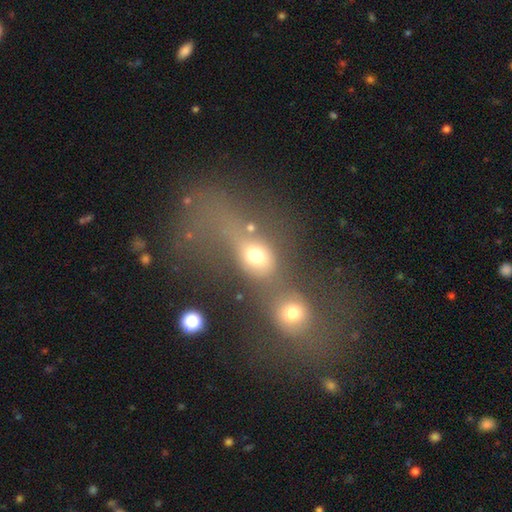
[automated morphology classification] A smooth galaxy with no disk features (69%) that is round (53%). Merging: merger (56%).